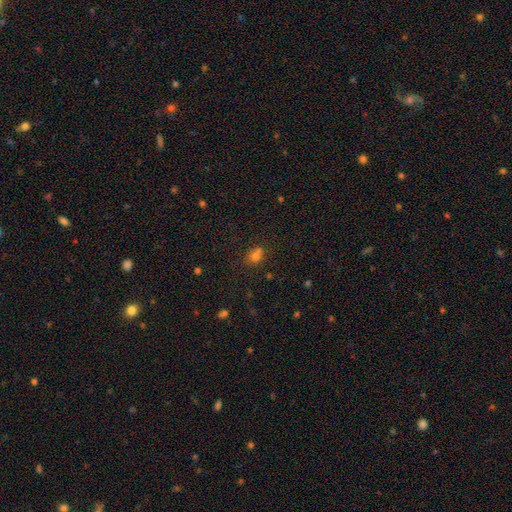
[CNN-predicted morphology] A smooth galaxy with no disk features (72%) that is round (55%). Merging: none (57%).